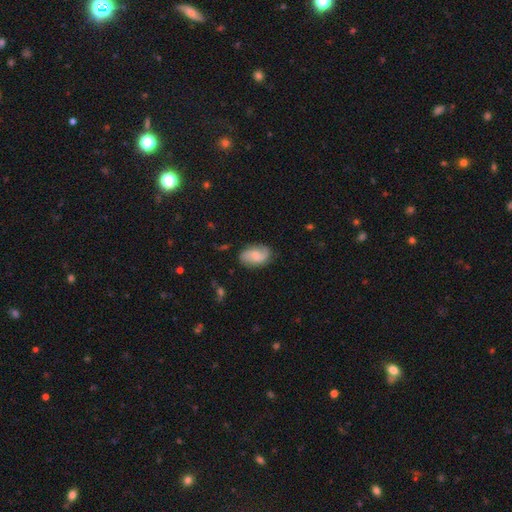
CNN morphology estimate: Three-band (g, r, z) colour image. It shows a featured or disk galaxy (58%) with no bar (53%), 2 (82%) loose (45%) spiral arms (93%) and a small central bulge (39%). Merging: none (77%).